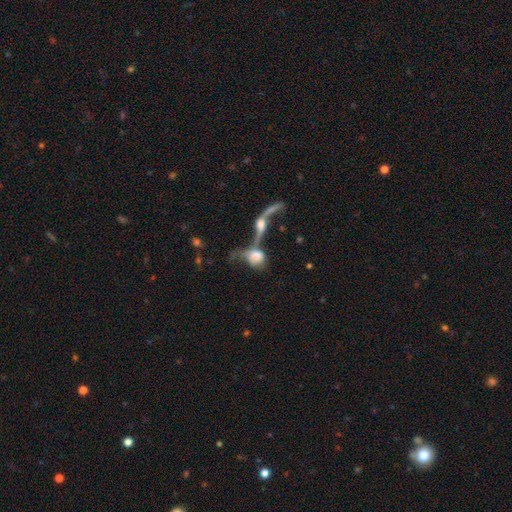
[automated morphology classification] This is possibly a featured or disk galaxy (46%). Merging: likely merger (63%).